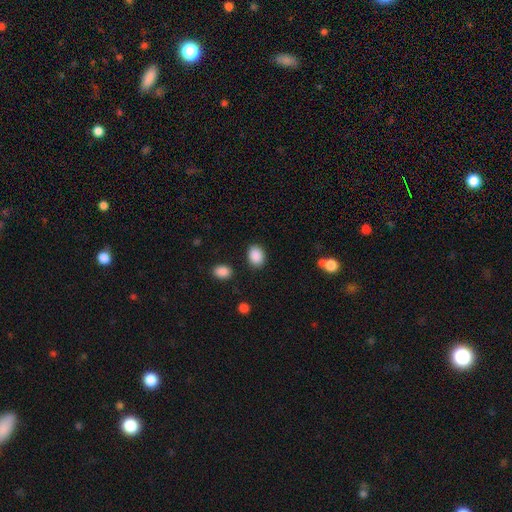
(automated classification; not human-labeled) Smooth or featured?
  - smooth: 89% *
  - star or artifact: 8%
  - featured or disk: 3%
How rounded?
  - in between: 66% *
  - round: 33%
  - cigar-shaped: 1%
Merging?
  - none: 85% *
  - minor disturbance: 9%
  - major disturbance: 3%
  - merger: 3%